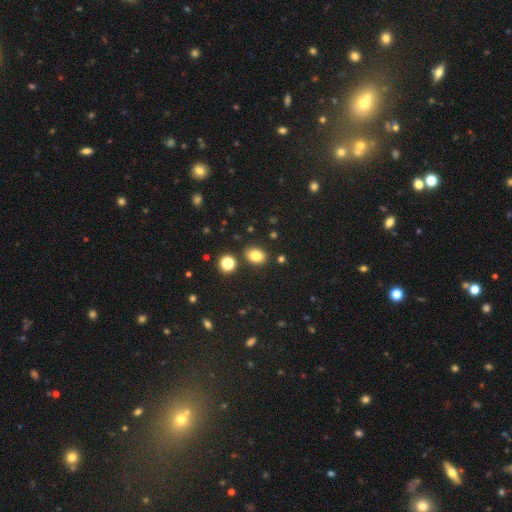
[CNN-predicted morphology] smooth 82%, star or artifact 12%, featured or disk 6%. Down the decision tree: how rounded — in between (70%); merging — none (84%).